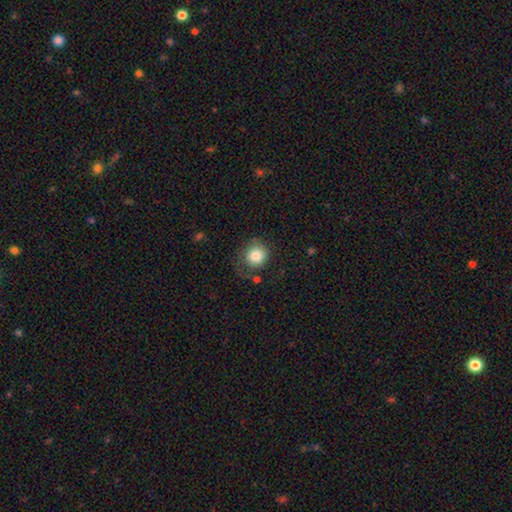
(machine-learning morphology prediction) This is clearly a smooth galaxy (82%). How rounded: clearly round (86%). Merging: likely none (66%).